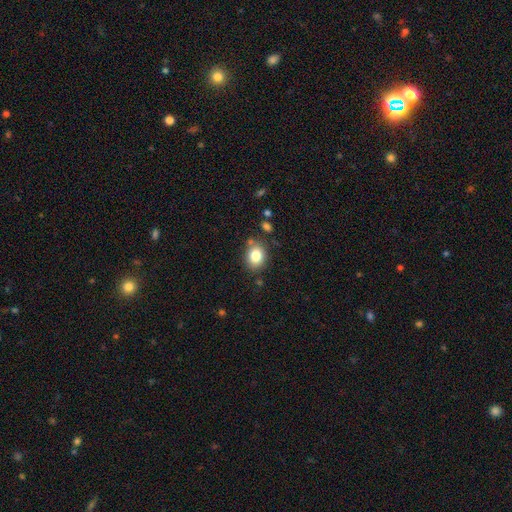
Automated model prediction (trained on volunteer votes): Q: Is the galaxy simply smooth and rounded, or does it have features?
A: smooth — 83%.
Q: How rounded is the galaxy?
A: in between — 55%.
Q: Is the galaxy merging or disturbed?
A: none — 78%.